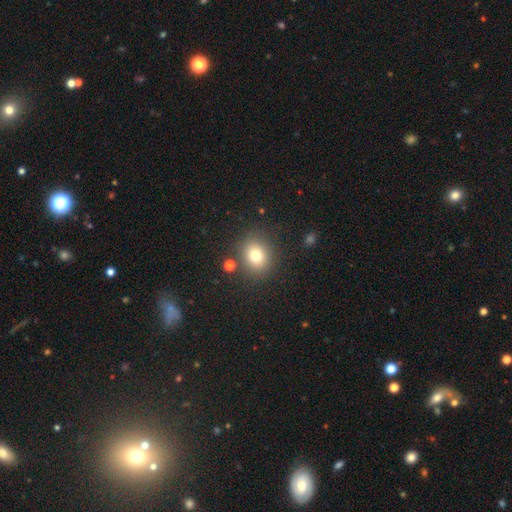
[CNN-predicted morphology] A smooth galaxy with no disk features (76%) that is round (72%).

Vote fractions:
- Smooth or featured? smooth: 76% / star or artifact: 14% / featured or disk: 10%
- How rounded? round: 72% / in between: 27% / cigar-shaped: 1%
- Merging? none: 83% / minor disturbance: 9% / merger: 4% / major disturbance: 4%